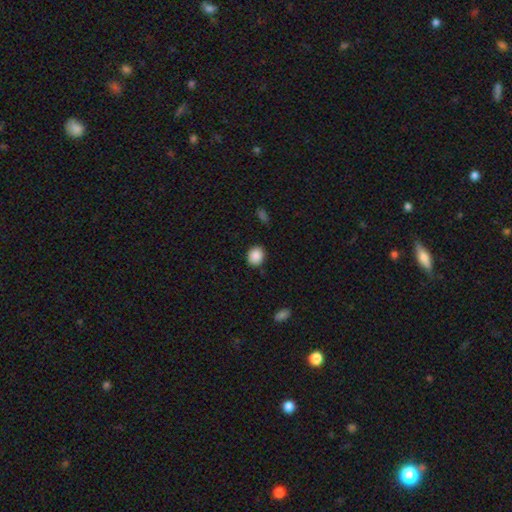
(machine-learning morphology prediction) Smooth or featured?
  - smooth: 89% *
  - star or artifact: 8%
  - featured or disk: 3%
How rounded?
  - round: 72% *
  - in between: 27%
  - cigar-shaped: 1%
Merging?
  - none: 88% *
  - minor disturbance: 9%
  - major disturbance: 2%
  - merger: 1%